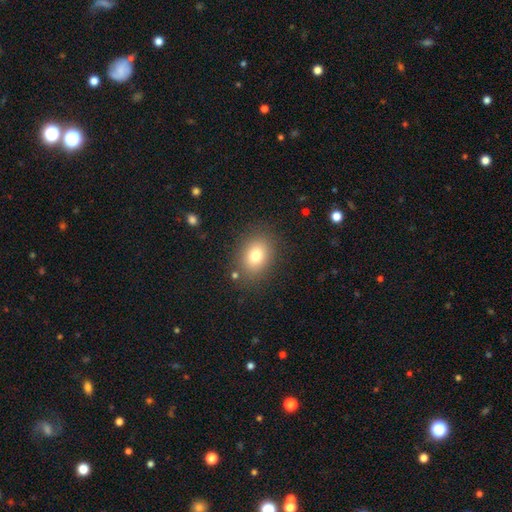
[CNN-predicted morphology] The model was most divided on "how rounded": in between: 61%, round: 38%, cigar-shaped: 1%. More confident: merging — none (84%); smooth or featured — smooth (78%).